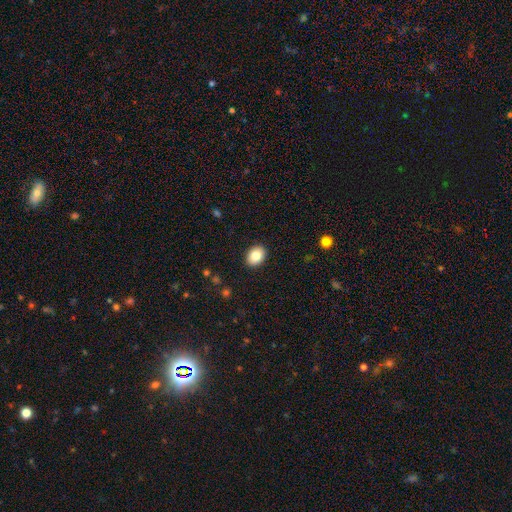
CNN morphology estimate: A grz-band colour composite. It shows a smooth galaxy with no disk features (83%) that is in between round and cigar-shaped (68%). Merging: none (91%).